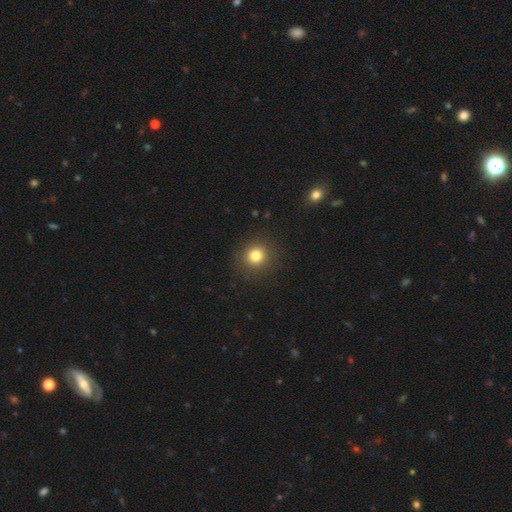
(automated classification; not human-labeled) A smooth galaxy with no disk features (80%) that is round (91%).

Vote fractions:
- Smooth or featured? smooth: 80% / star or artifact: 13% / featured or disk: 7%
- How rounded? round: 91% / in between: 8% / cigar-shaped: 1%
- Merging? none: 90% / minor disturbance: 6% / major disturbance: 3% / merger: 1%